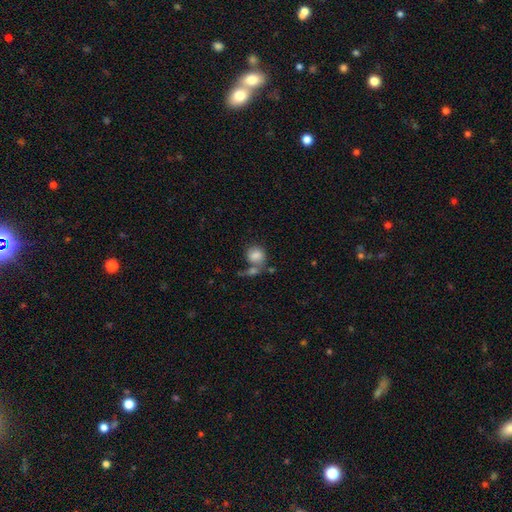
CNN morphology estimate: Smooth or featured?
  - smooth: 79% *
  - featured or disk: 12%
  - star or artifact: 9%
How rounded?
  - round: 63% *
  - in between: 36%
  - cigar-shaped: 1%
Merging?
  - none: 38% *
  - merger: 37%
  - minor disturbance: 14%
  - major disturbance: 10%